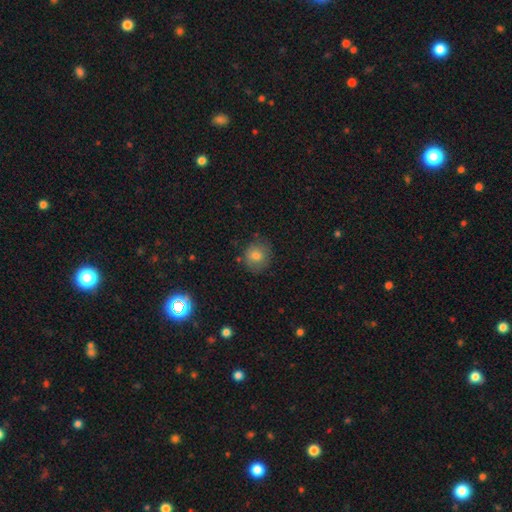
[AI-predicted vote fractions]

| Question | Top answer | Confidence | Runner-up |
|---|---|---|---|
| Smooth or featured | smooth | 77% | featured or disk (11%) |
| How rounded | round | 83% | in between (16%) |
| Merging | none | 76% | minor disturbance (17%) |